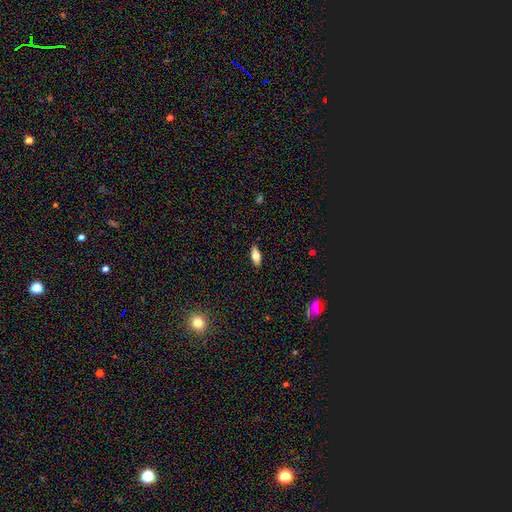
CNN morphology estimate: smooth_or_featured: smooth (p=0.68) [alt: featured or disk p=0.24]
how_rounded: in between (p=0.77) [alt: cigar-shaped p=0.20]
merging: none (p=0.88) [alt: minor disturbance p=0.09]